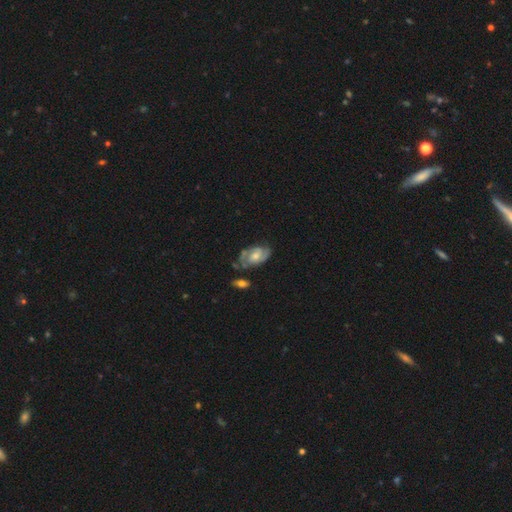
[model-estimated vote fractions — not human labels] A featured or disk galaxy (76%) with no bar (56%), 2 (78%) tight (43%, tied with medium) spiral arms (91%) and a moderate central bulge (55%). Merging: none (64%).